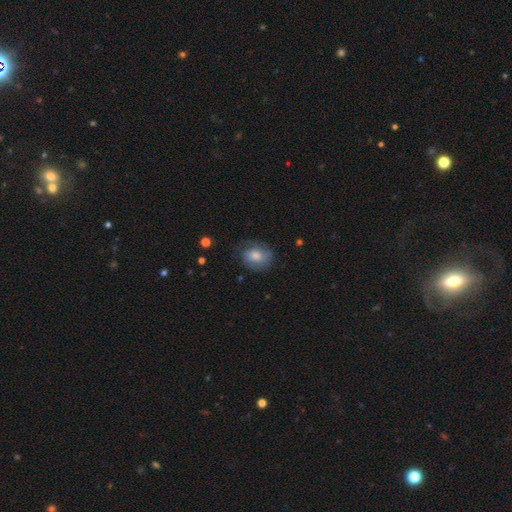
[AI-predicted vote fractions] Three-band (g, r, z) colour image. It shows a smooth galaxy with no disk features (70%) that is round (52%). Merging: none (62%).